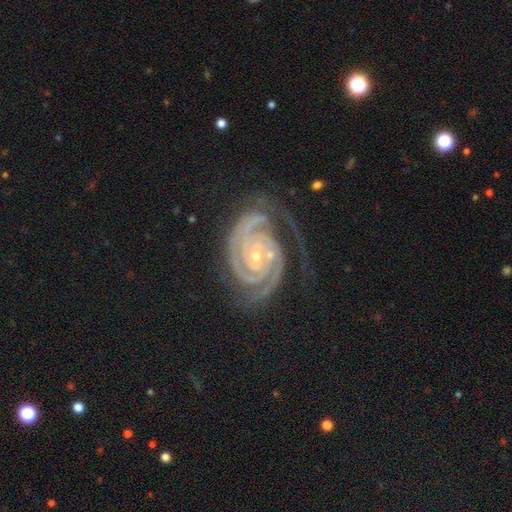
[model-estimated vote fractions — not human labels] Q: Smooth or featured?
A: featured or disk (93%); runner-up: star or artifact (5%)
Q: Edge-on disk?
A: no (98%); runner-up: yes (2%)
Q: Bar?
A: no (64%); runner-up: weak (20%)
Q: Spiral arms?
A: yes (99%); runner-up: no (1%)
Q: Spiral winding?
A: tight (82%); runner-up: medium (16%)
Q: Spiral arm count?
A: 2 (65%); runner-up: 3 (17%)
Q: Bulge size?
A: small (77%); runner-up: moderate (19%)
Q: Merging?
A: none (66%); runner-up: minor disturbance (19%)